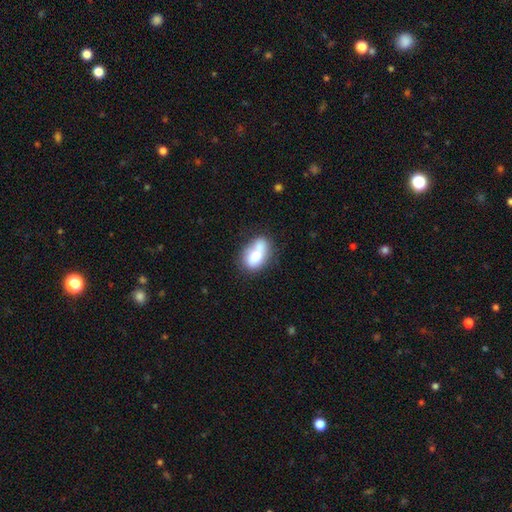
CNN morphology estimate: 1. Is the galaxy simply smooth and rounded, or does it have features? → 70% smooth, 22% featured or disk, 8% star or artifact.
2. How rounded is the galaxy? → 79% in between, 19% round, 2% cigar-shaped.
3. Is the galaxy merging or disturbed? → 39% merger, 34% none, 19% minor disturbance, 8% major disturbance.